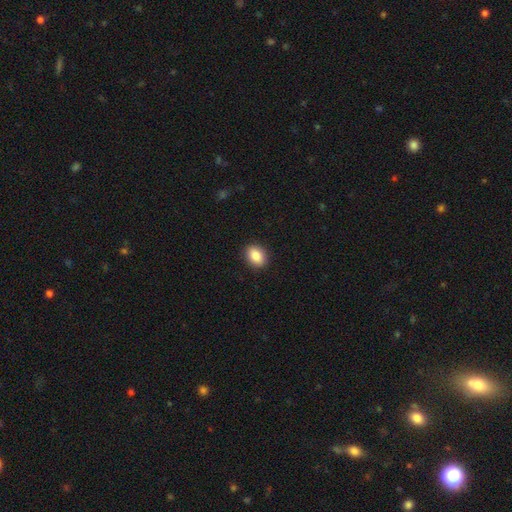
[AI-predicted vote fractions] smooth 87%, star or artifact 8%, featured or disk 5%. Down the decision tree: how rounded — in between (70%); merging — none (90%).